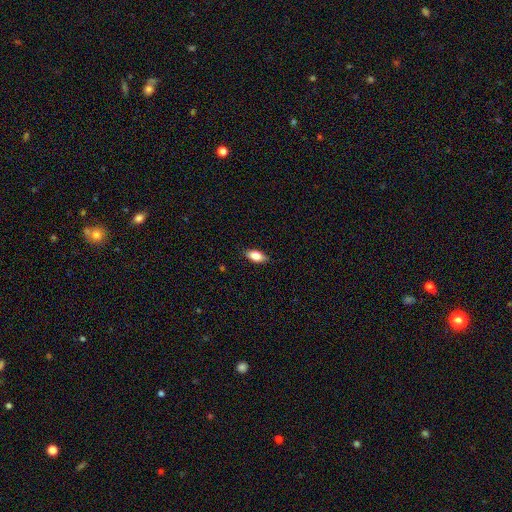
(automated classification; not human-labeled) smooth_or_featured: smooth (p=0.83) [alt: featured or disk p=0.10]
how_rounded: in between (p=0.88) [alt: cigar-shaped p=0.07]
merging: none (p=0.85) [alt: minor disturbance p=0.12]